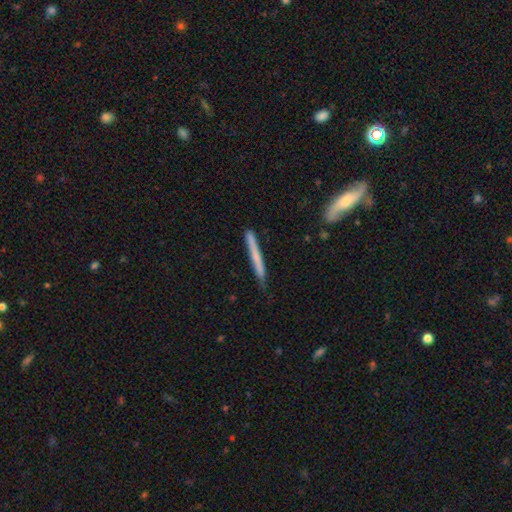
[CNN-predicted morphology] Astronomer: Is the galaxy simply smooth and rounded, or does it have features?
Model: smooth — 55% (runner-up: featured or disk, 39%).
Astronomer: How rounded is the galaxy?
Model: cigar-shaped — 96%.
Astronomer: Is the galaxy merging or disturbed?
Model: none — 82%.